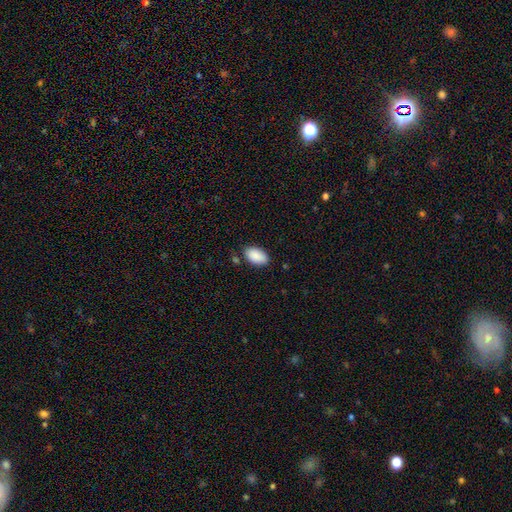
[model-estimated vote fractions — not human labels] Overall: smooth (90%). How rounded: in between (95%). Merging: none (78%).